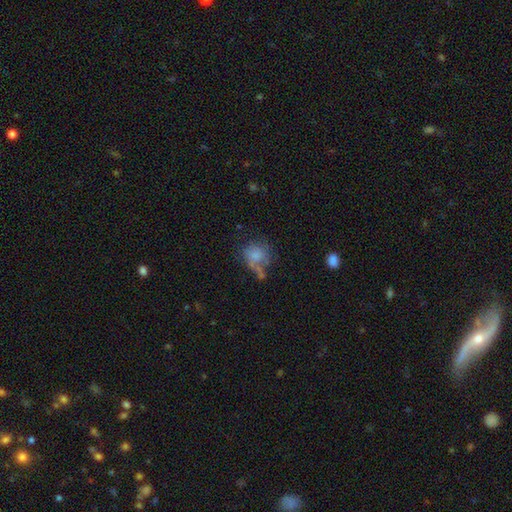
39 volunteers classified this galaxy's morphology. Volunteers were most divided on "merging": none: 47%, minor disturbance: 36%, major disturbance: 14%, merger: 3%. More confident: smooth or featured — smooth (82%); how rounded — round (78%).